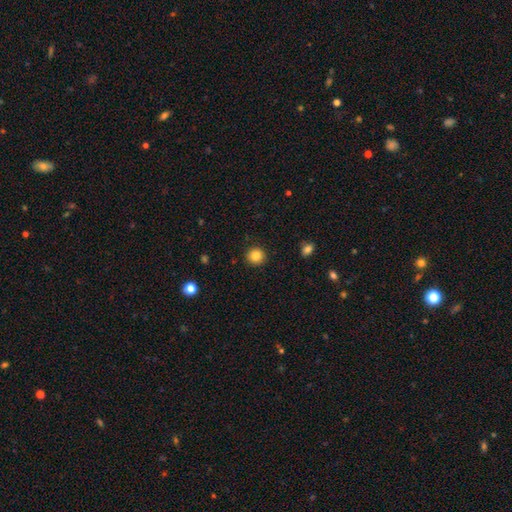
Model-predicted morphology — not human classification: This appears to be a smooth galaxy with no disk features (84%) that is round (93%). Merging: none (92%).